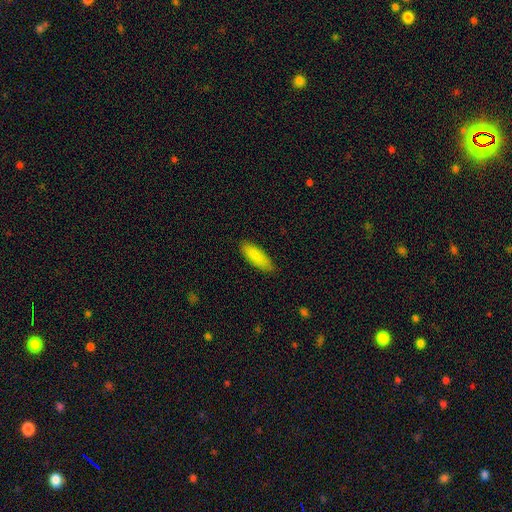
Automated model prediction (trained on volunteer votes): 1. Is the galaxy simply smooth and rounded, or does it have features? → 88% smooth, 6% featured or disk, 6% star or artifact.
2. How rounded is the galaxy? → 57% in between, 41% cigar-shaped, 2% round.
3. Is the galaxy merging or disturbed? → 85% none, 12% minor disturbance, 2% major disturbance, 1% merger.